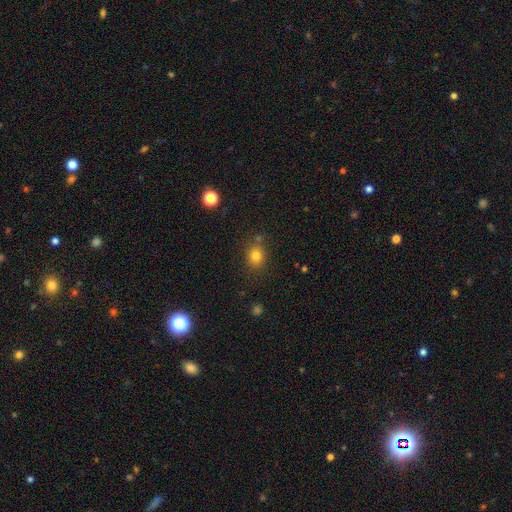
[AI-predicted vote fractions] Smooth or featured: smooth — 79% (star or artifact — 14%)
How rounded: round — 69% (in between — 30%)
Merging: none — 78% (minor disturbance — 12%)